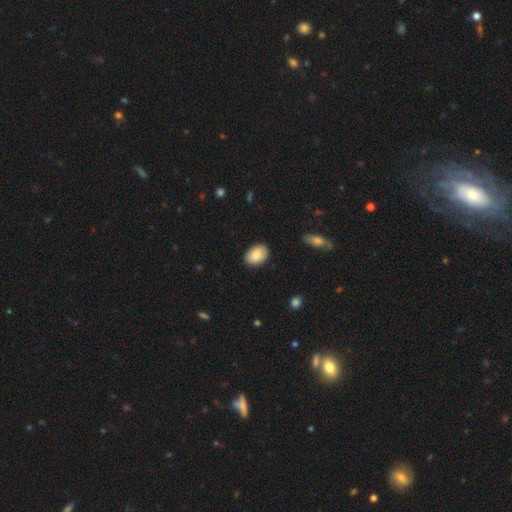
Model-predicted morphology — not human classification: Overall: smooth (85%). How rounded: in between (84%). Merging: none (87%).